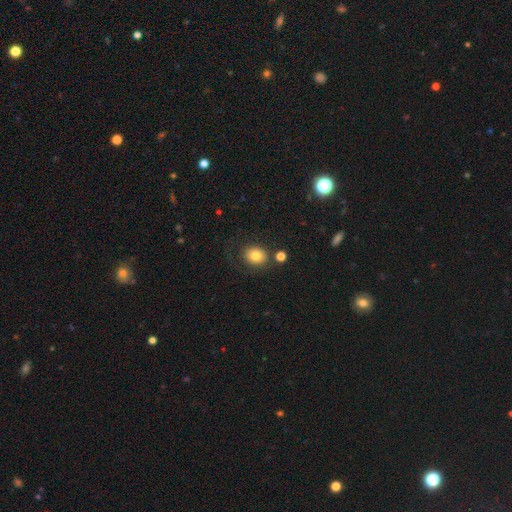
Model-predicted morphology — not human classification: Smooth or featured?
  - smooth: 79% *
  - featured or disk: 11%
  - star or artifact: 10%
How rounded?
  - round: 63% *
  - in between: 36%
  - cigar-shaped: 1%
Merging?
  - none: 73% *
  - minor disturbance: 13%
  - major disturbance: 7%
  - merger: 7%